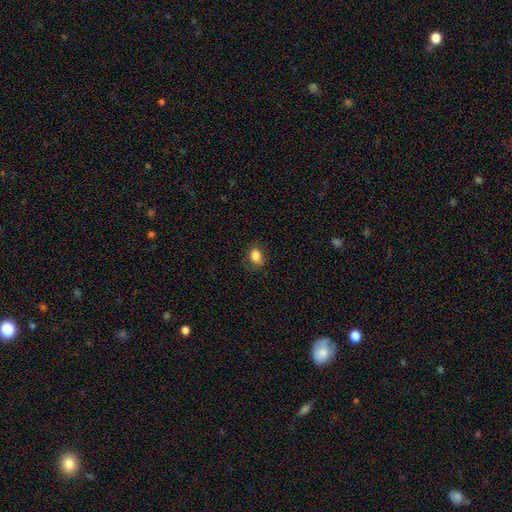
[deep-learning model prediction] This appears to be a smooth galaxy with no disk features (84%) that is in between round and cigar-shaped (60%). Merging: none (81%).